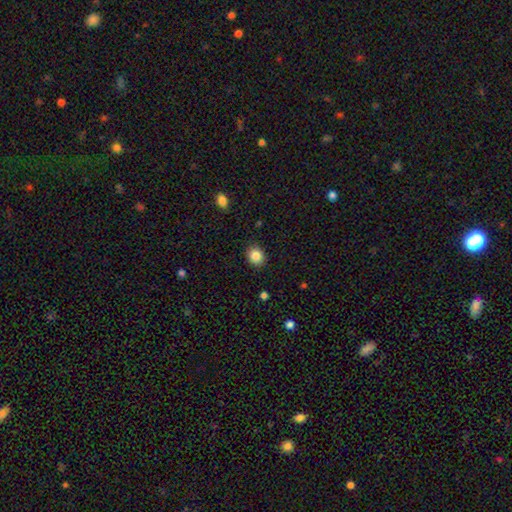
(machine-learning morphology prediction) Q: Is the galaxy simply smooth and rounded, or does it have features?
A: smooth — 86%.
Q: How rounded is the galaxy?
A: round — 68%.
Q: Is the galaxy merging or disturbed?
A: none — 89%.